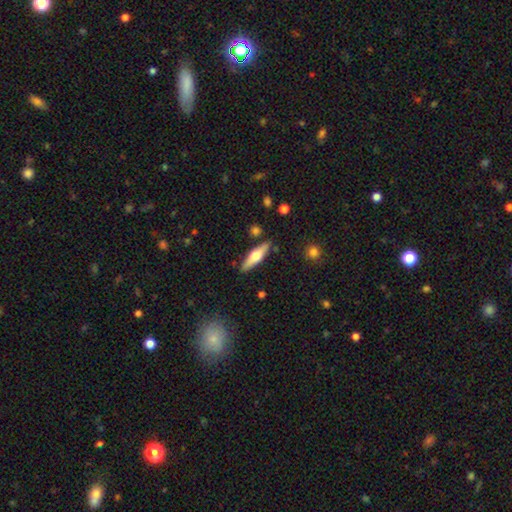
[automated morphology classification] smooth-or-featured: featured or disk: 48% | smooth: 47% | star or artifact: 6%
  merging: none: 85% | minor disturbance: 10% | merger: 3% | major disturbance: 2%